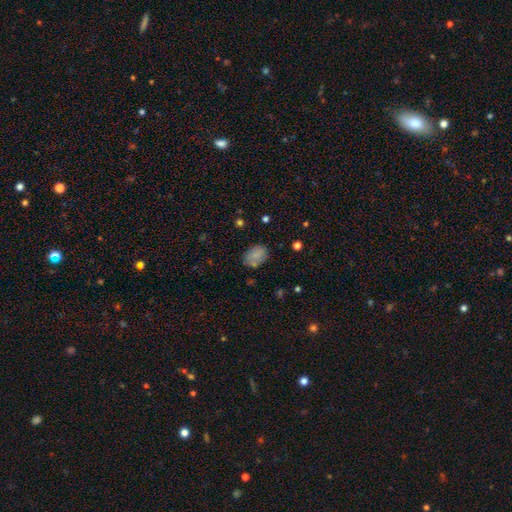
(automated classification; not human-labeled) Smooth or featured? Predicted: smooth (p=0.80). How rounded? Predicted: in between (p=0.76). Merging? Predicted: none (p=0.69).